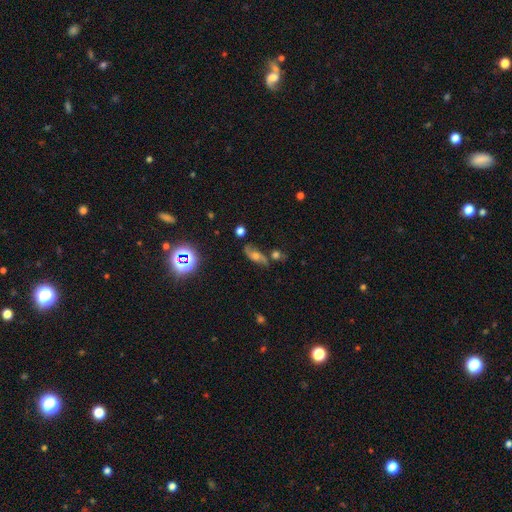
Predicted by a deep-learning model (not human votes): Morphology: type=featured or disk (60%); edge-on=no (88%); bar=no (61%); spiral arms=yes (88%); bulge=moderate (53%); merging=none (63%).